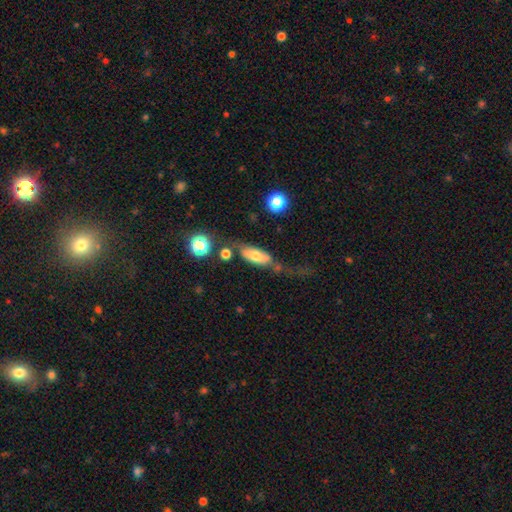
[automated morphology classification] smooth-or-featured: smooth: 60% | featured or disk: 33% | star or artifact: 8%
  how-rounded: in between: 78% | cigar-shaped: 18% | round: 4%
  merging: none: 43% | minor disturbance: 24% | major disturbance: 20% | merger: 13%